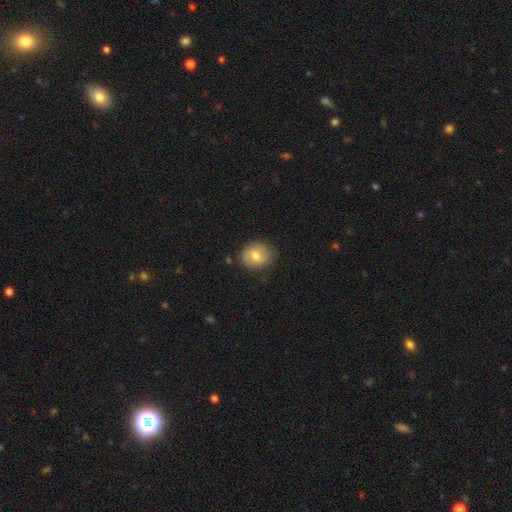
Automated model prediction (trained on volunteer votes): smooth_or_featured: smooth (p=0.75) [alt: featured or disk p=0.17]
how_rounded: round (p=0.62) [alt: in between p=0.37]
merging: none (p=0.78) [alt: minor disturbance p=0.17]